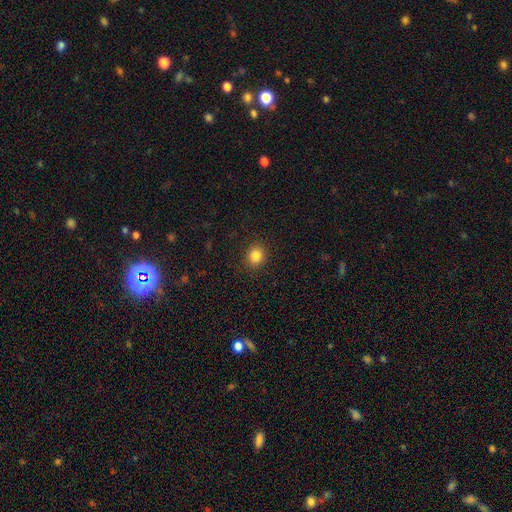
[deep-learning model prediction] smooth_or_featured: smooth (p=0.84) [alt: star or artifact p=0.11]
how_rounded: round (p=0.71) [alt: in between p=0.28]
merging: none (p=0.90) [alt: minor disturbance p=0.07]